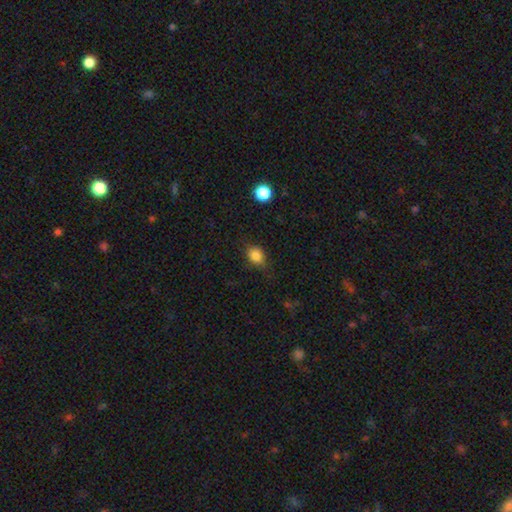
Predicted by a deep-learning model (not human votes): Smooth or featured: smooth — 84% (star or artifact — 11%)
How rounded: in between — 55% (round — 44%)
Merging: none — 76% (minor disturbance — 18%)